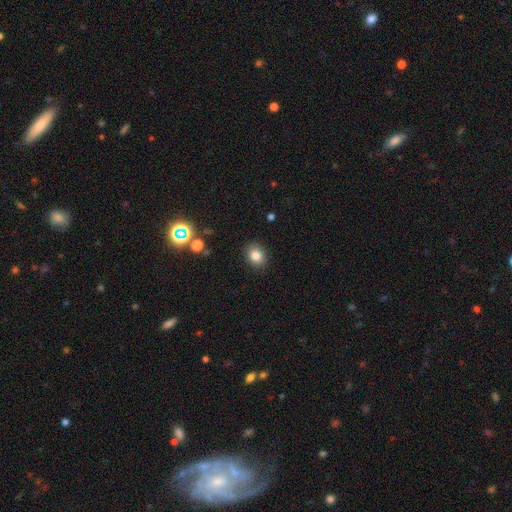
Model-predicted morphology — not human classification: This is clearly a smooth galaxy (81%). How rounded: possibly round (51%). Merging: clearly none (88%).